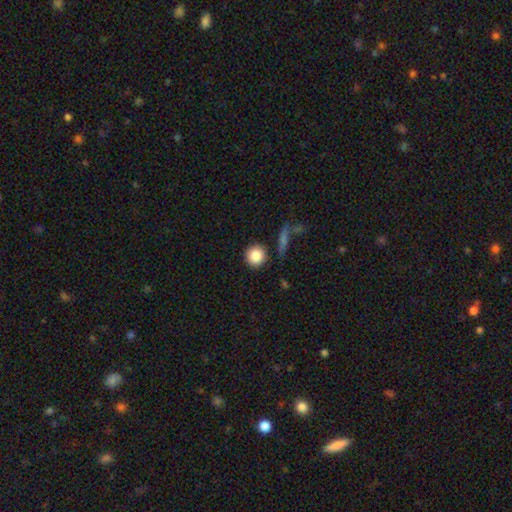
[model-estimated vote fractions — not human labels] Morphology: type=smooth (85%); roundness=round (91%); merging=none (85%).